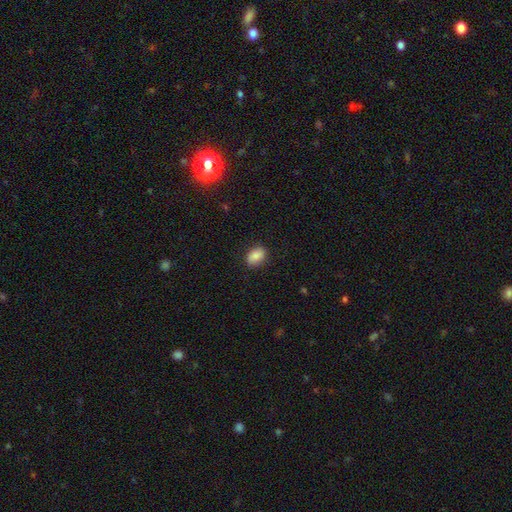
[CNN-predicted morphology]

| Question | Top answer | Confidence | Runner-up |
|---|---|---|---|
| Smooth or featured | smooth | 84% | featured or disk (8%) |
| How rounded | in between | 80% | round (18%) |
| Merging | none | 84% | minor disturbance (12%) |